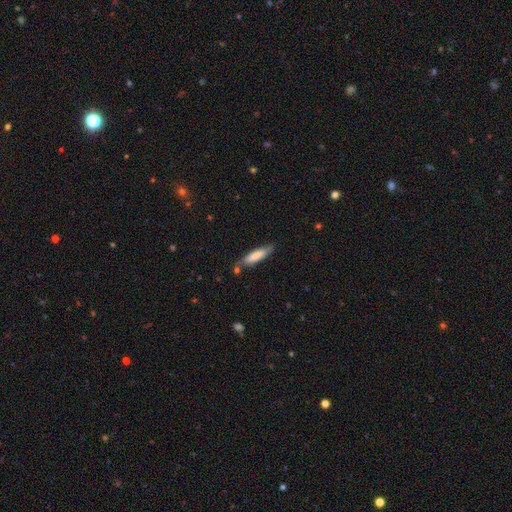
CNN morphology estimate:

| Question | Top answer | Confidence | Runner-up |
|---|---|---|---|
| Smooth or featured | smooth | 77% | featured or disk (17%) |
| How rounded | cigar-shaped | 78% | in between (21%) |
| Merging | none | 75% | minor disturbance (17%) |